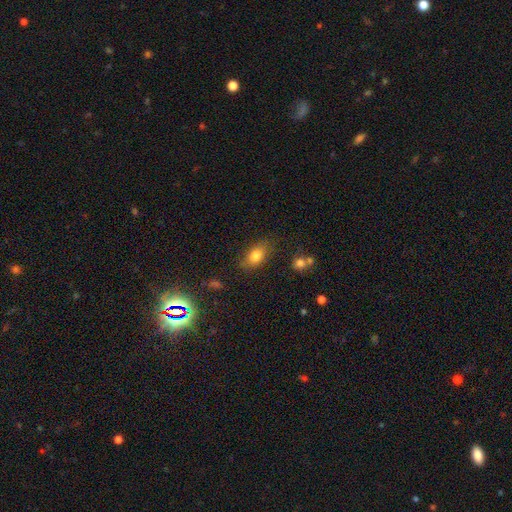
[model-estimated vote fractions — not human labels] Smooth or featured? Predicted: smooth (p=0.80). How rounded? Predicted: in between (p=0.85). Merging? Predicted: none (p=0.75).